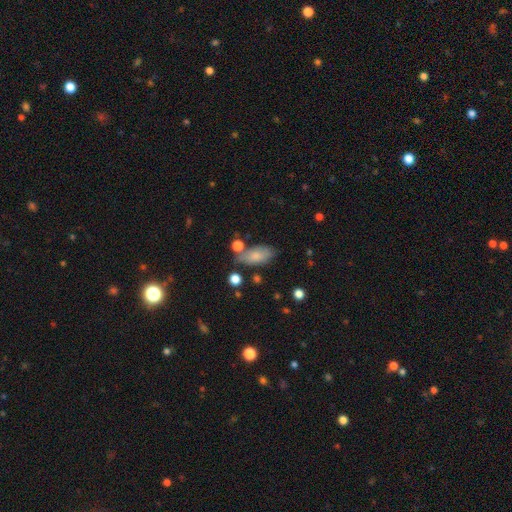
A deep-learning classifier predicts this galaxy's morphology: Smooth or featured? Predicted: smooth (p=0.78). How rounded? Predicted: in between (p=0.87). Merging? Predicted: none (p=0.60).